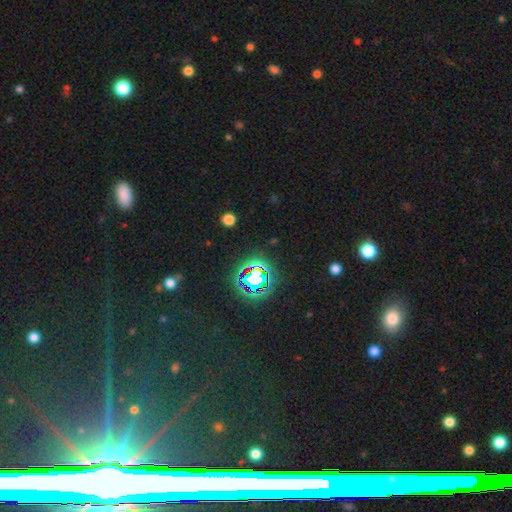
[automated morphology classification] Smooth or featured? star or artifact (66%)